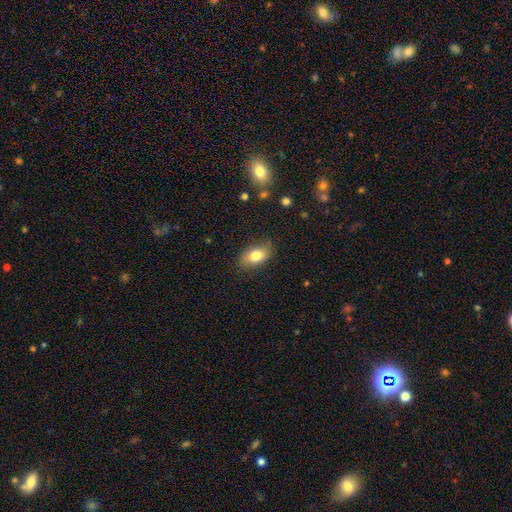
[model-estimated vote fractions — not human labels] This is likely a smooth galaxy (78%). How rounded: clearly in between (89%). Merging: clearly none (82%).